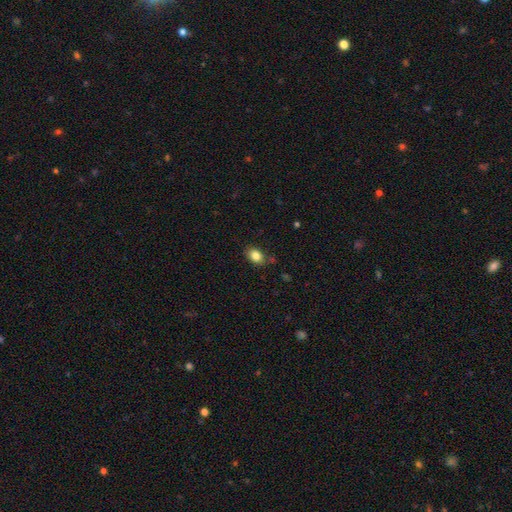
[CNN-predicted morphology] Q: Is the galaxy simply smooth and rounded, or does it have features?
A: smooth — 84%.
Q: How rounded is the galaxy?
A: in between — 73%.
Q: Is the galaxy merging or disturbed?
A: none — 78%.